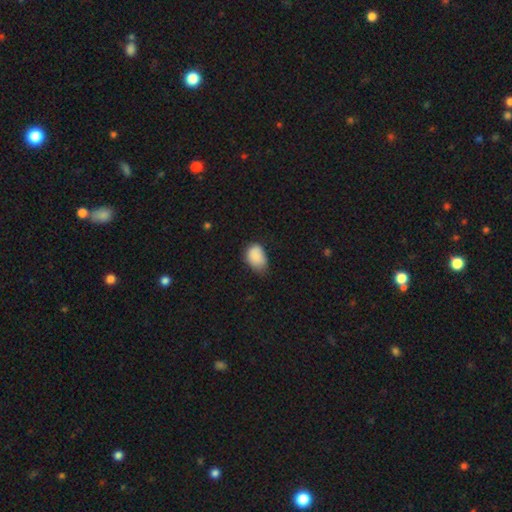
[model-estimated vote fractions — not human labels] Smooth or featured: smooth — 87% (star or artifact — 7%)
How rounded: in between — 83% (round — 16%)
Merging: none — 45% (minor disturbance — 44%)